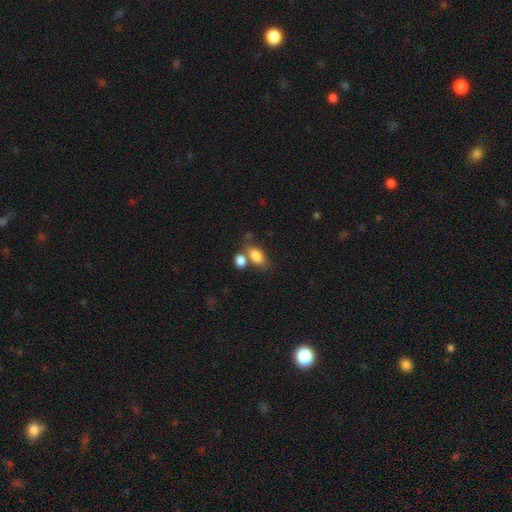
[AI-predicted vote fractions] Smooth or featured: smooth — 84% (star or artifact — 8%)
How rounded: in between — 88% (round — 9%)
Merging: none — 47% (merger — 35%)